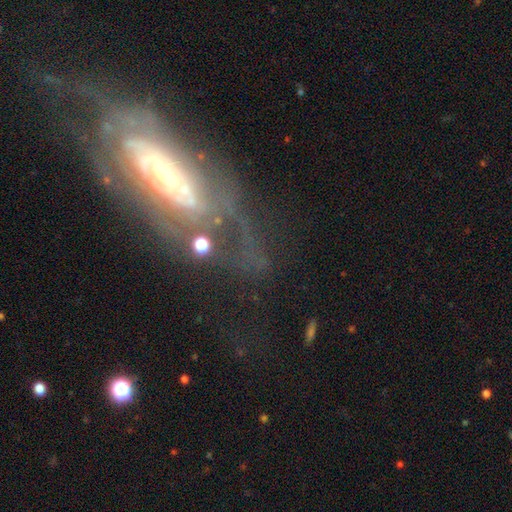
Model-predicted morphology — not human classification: Overall: featured or disk (72%). Edge-on disk: no (87%). Bar: no (56%; weak 27%). Spiral arms: yes (70%; no 30%). Bulge size: small (46%; moderate 41%). Merging: none (44%; major disturbance 30%).